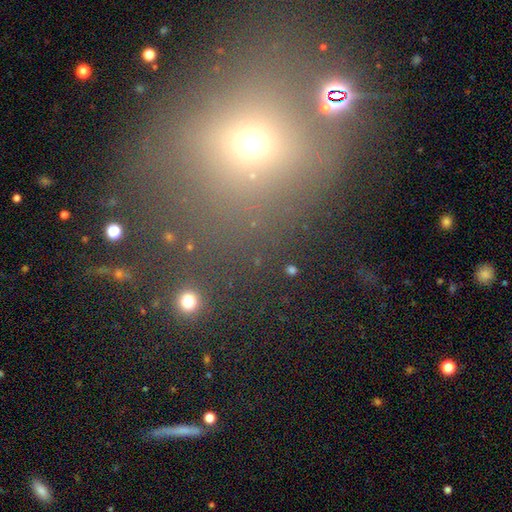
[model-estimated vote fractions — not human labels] The model was most divided on "smooth or featured": smooth: 47%, star or artifact: 41%, featured or disk: 12%. More confident: merging — none (72%).